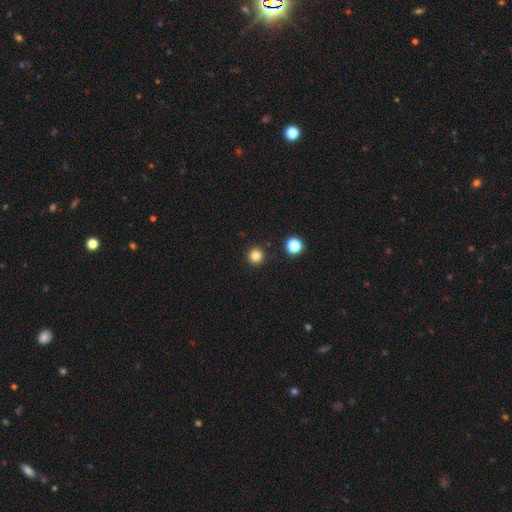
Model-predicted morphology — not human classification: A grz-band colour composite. It shows a smooth galaxy with no disk features (83%) that is round (96%). Merging: none (92%).